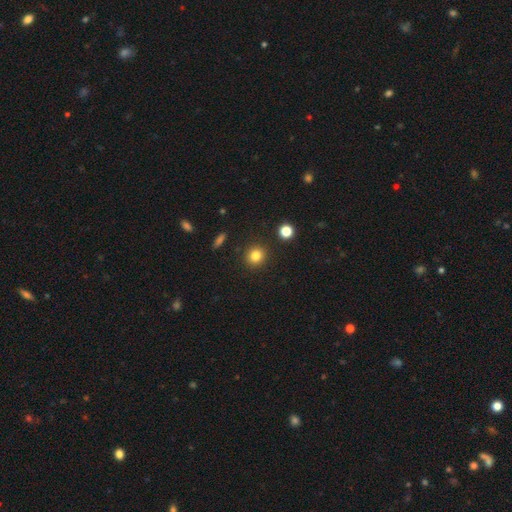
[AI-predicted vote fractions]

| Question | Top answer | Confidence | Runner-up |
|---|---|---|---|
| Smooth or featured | smooth | 82% | star or artifact (12%) |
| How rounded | round | 88% | in between (11%) |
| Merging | none | 90% | minor disturbance (6%) |